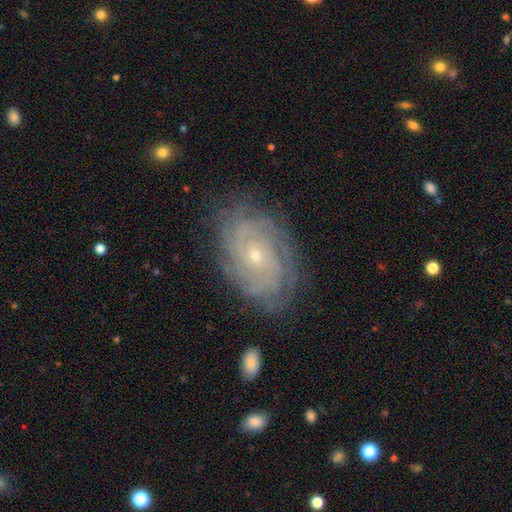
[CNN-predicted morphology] A featured or disk galaxy (84%) with no bar (78%), tight (80%) spiral arms (96%) and a small central bulge (74%).

Vote fractions:
- Smooth or featured? featured or disk: 84% / smooth: 9% / star or artifact: 7%
- Edge-on disk? no: 96% / yes: 4%
- Bar? no: 78% / weak: 18% / strong: 4%
- Spiral arms? yes: 96% / no: 4%
- Spiral winding? tight: 80% / medium: 17% / loose: 4%
- Spiral arm count? can't tell: 34% / 4: 21% / more than 4: 14% / 3: 14% / 2: 12% / 1: 7%
- Bulge size? small: 74% / moderate: 23% / large: 1% / none: 1% / dominant: 1%
- Merging? none: 81% / minor disturbance: 14% / major disturbance: 4% / merger: 1%